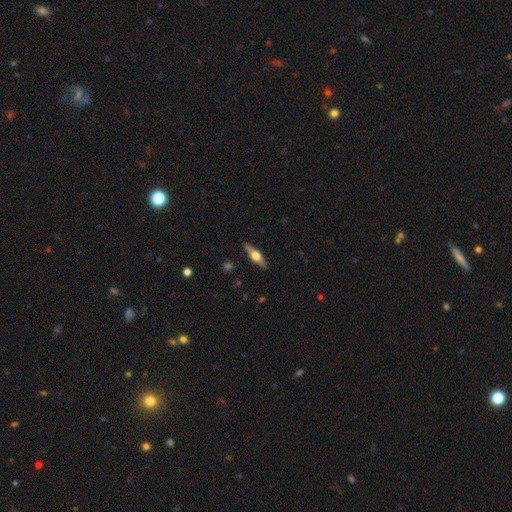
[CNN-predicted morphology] A featured or disk galaxy (57%) viewed edge-on (94%) with a rounded central bulge (93%).

Vote fractions:
- Smooth or featured? featured or disk: 57% / smooth: 37% / star or artifact: 6%
- Edge-on disk? yes: 94% / no: 6%
- Edge-on bulge? rounded: 93% / boxy: 5% / none: 2%
- Merging? none: 89% / minor disturbance: 8% / major disturbance: 2% / merger: 1%